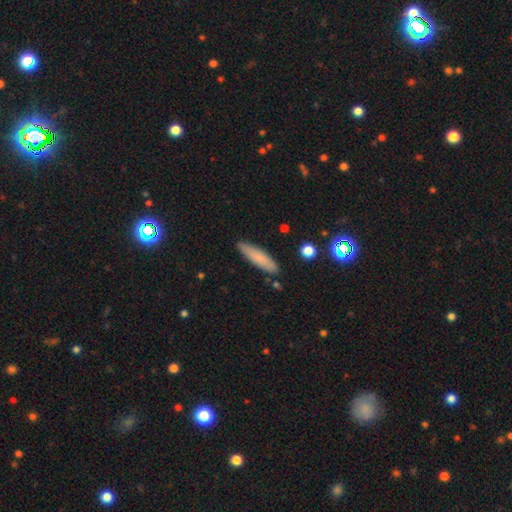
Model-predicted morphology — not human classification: Q: Smooth or featured?
A: smooth (78%); runner-up: featured or disk (14%)
Q: How rounded?
A: cigar-shaped (77%); runner-up: in between (22%)
Q: Merging?
A: none (87%); runner-up: minor disturbance (9%)